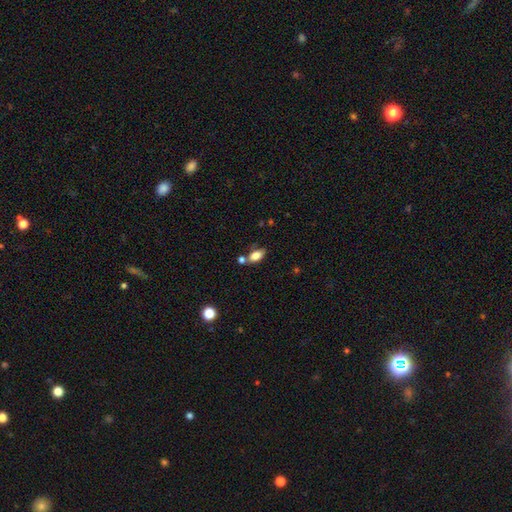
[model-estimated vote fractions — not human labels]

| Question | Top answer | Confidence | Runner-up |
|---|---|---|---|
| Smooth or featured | smooth | 80% | featured or disk (11%) |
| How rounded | in between | 89% | round (6%) |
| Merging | none | 61% | merger (18%) |